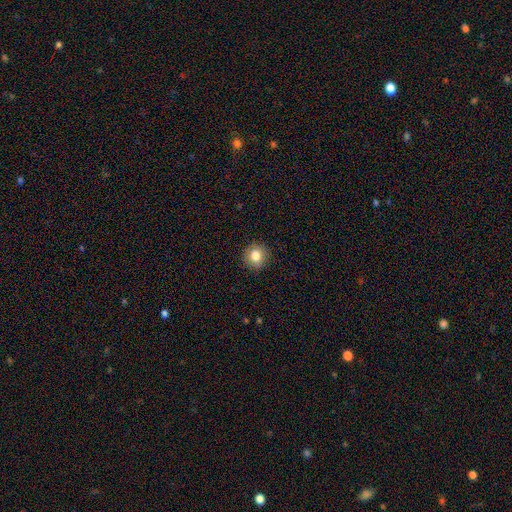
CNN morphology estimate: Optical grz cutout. It shows a smooth galaxy with no disk features (81%) that is round (90%). Merging: none (91%).